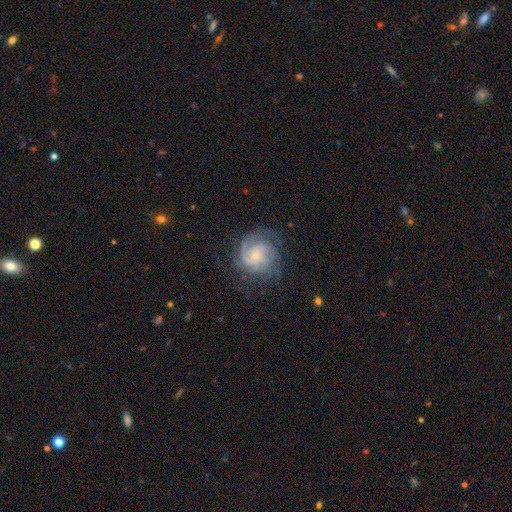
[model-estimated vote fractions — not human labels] This is clearly a featured or disk galaxy (82%). It is clearly not viewed edge-on (98%). Bar: likely no (69%). Spiral arm pattern: clearly yes (96%). Spiral arm count: marginally 3 (30%). Spiral winding: possibly tight (49%). Central bulge: likely small (73%). Merging: likely none (70%).